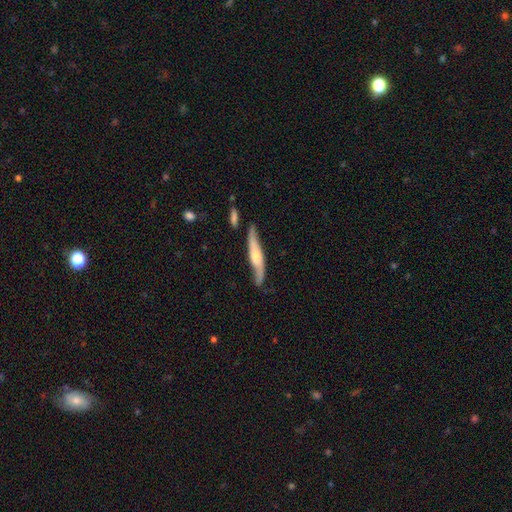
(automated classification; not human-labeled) Smooth or featured: featured or disk — 65% (smooth — 30%)
Edge-on disk: yes — 65% (no — 35%)
Merging: none — 65% (minor disturbance — 23%)